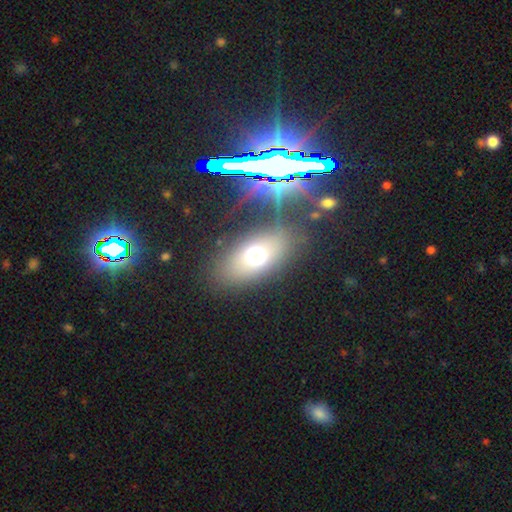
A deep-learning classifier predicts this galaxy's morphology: type=smooth (60%); roundness=in between (76%); merging=none (77%).